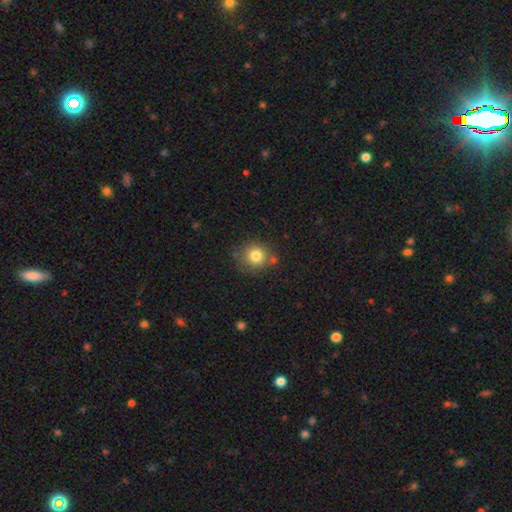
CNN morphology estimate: This appears to be a smooth galaxy with no disk features (79%) that is round (87%). Merging: none (75%).